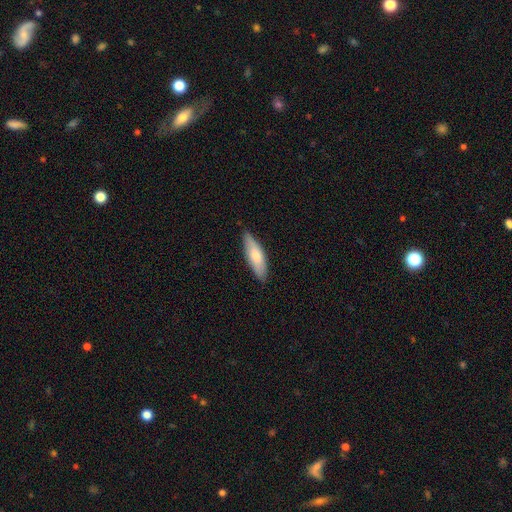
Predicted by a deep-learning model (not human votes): Morphology: type=smooth (71%); roundness=in between (50%); merging=none (82%).